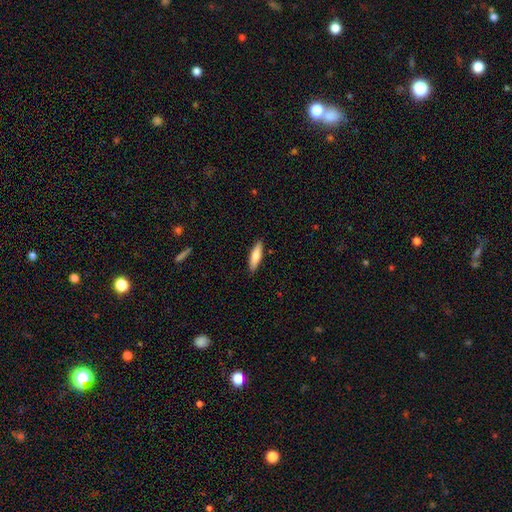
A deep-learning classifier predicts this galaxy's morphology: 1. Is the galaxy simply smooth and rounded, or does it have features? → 76% smooth, 19% featured or disk, 6% star or artifact.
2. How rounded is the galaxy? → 63% cigar-shaped, 35% in between, 2% round.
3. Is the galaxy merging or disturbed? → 89% none, 9% minor disturbance, 2% major disturbance, 1% merger.